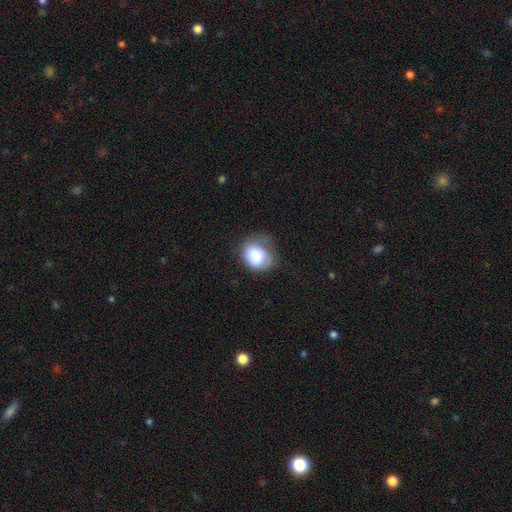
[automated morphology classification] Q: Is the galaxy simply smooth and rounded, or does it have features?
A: smooth — 77%.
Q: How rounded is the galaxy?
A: round — 54%.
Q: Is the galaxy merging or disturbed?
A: none — 39%.